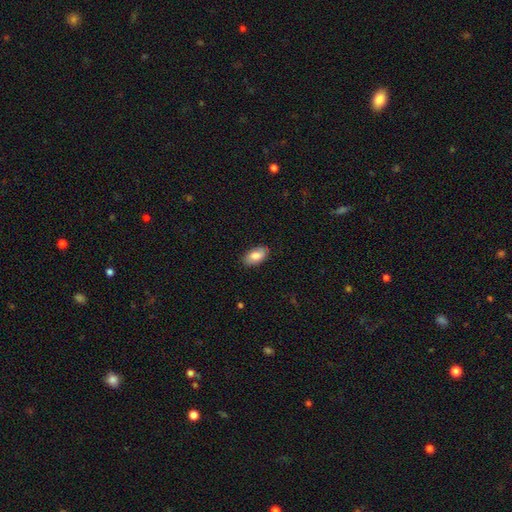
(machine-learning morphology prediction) Q: Smooth or featured?
A: smooth (82%); runner-up: featured or disk (12%)
Q: How rounded?
A: in between (94%); runner-up: round (4%)
Q: Merging?
A: none (84%); runner-up: minor disturbance (13%)